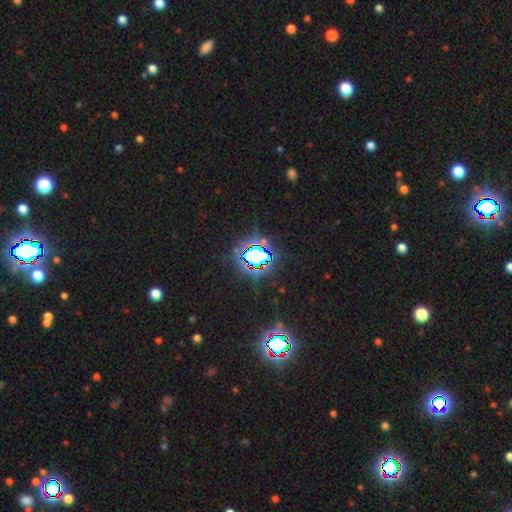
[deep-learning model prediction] A star or artifact, not a galaxy (73%).